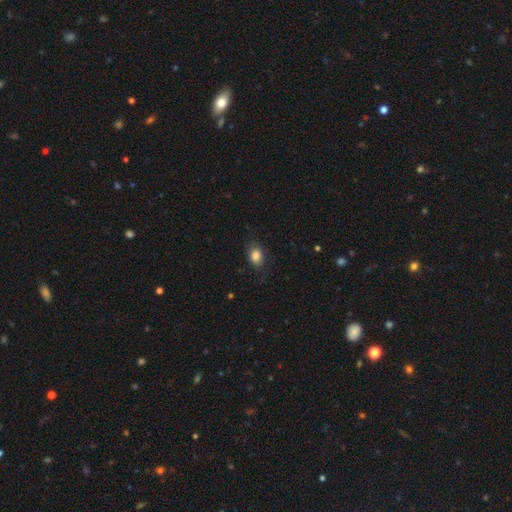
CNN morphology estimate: Overall: smooth (83%). How rounded: in between (79%). Merging: none (74%).